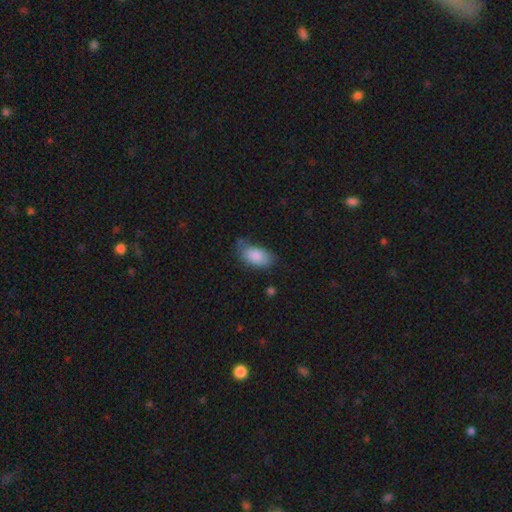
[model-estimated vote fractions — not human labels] Q: Smooth or featured?
A: smooth (86%); runner-up: featured or disk (7%)
Q: How rounded?
A: in between (93%); runner-up: round (4%)
Q: Merging?
A: none (56%); runner-up: minor disturbance (32%)